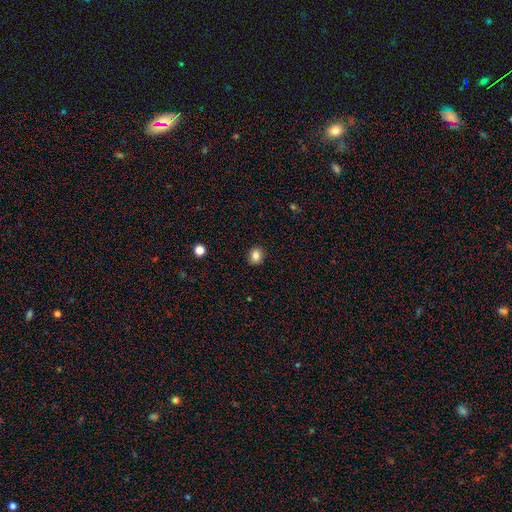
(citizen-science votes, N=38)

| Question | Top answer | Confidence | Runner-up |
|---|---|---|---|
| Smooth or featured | smooth | 87% | star or artifact (8%) |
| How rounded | round | 76% | in between (24%) |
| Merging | none | 94% | major disturbance (6%) |